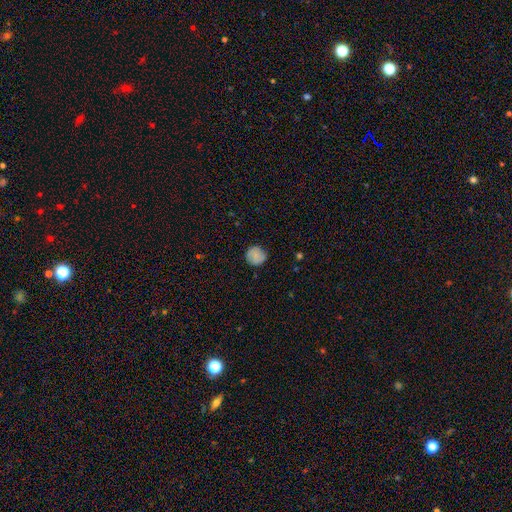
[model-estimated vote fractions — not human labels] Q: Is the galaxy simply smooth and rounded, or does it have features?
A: smooth — 79%.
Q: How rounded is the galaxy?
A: round — 92%.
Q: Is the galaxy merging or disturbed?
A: none — 85%.